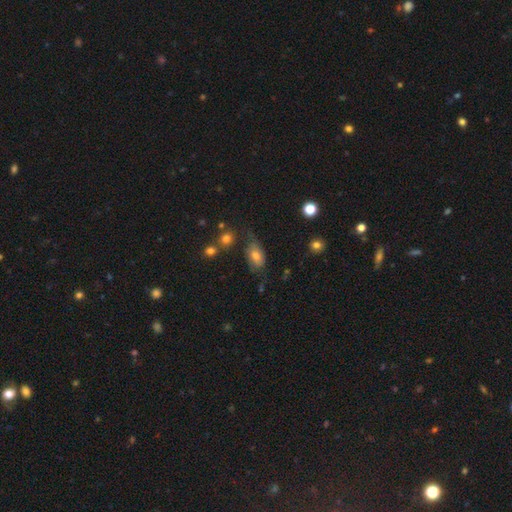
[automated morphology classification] A smooth galaxy with no disk features (61%) that is in between round and cigar-shaped (86%).

Vote fractions:
- Smooth or featured? smooth: 61% / featured or disk: 28% / star or artifact: 11%
- How rounded? in between: 86% / round: 11% / cigar-shaped: 4%
- Merging? none: 44% / minor disturbance: 32% / major disturbance: 20% / merger: 5%